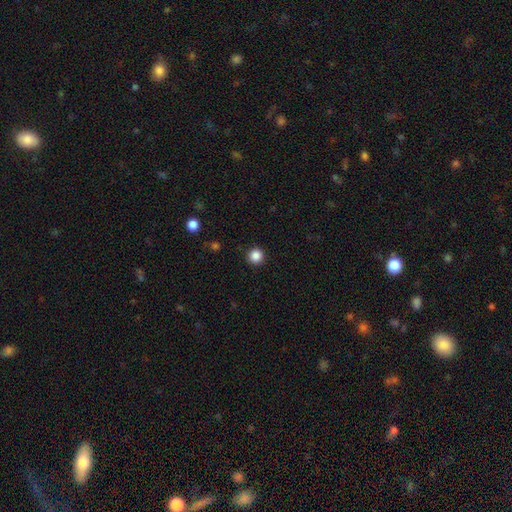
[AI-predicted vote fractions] A smooth galaxy with no disk features (86%) that is round (96%).

Vote fractions:
- Smooth or featured? smooth: 86% / star or artifact: 11% / featured or disk: 3%
- How rounded? round: 96% / in between: 3% / cigar-shaped: 1%
- Merging? none: 92% / minor disturbance: 5% / major disturbance: 2% / merger: 1%